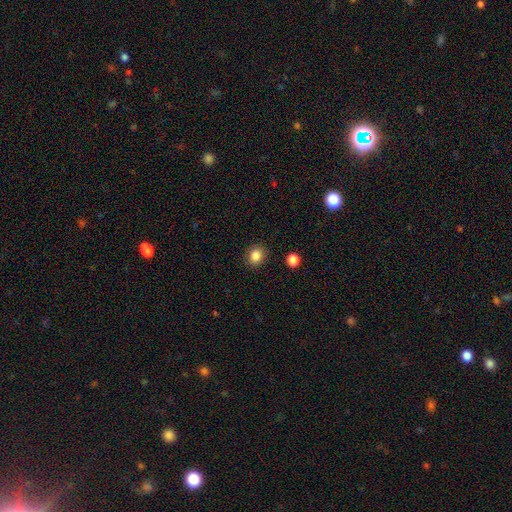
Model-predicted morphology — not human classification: Q: Smooth or featured?
A: smooth (85%); runner-up: star or artifact (10%)
Q: How rounded?
A: round (64%); runner-up: in between (35%)
Q: Merging?
A: none (89%); runner-up: minor disturbance (7%)